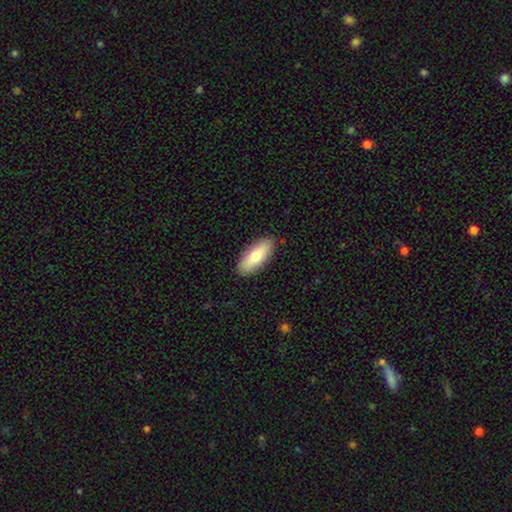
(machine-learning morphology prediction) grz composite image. It shows a smooth galaxy with no disk features (73%) that is in between round and cigar-shaped (72%). Merging: none (89%).